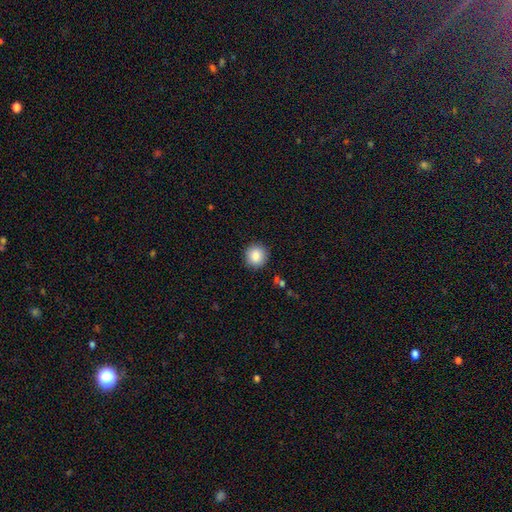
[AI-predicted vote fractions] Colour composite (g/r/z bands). It shows a smooth galaxy with no disk features (87%) that is round (94%). Merging: none (91%).